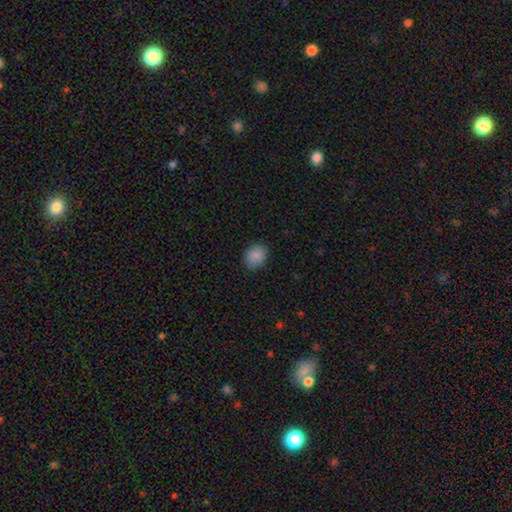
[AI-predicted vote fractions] Overall: smooth (88%). How rounded: in between (53%; round 46%). Merging: none (88%).